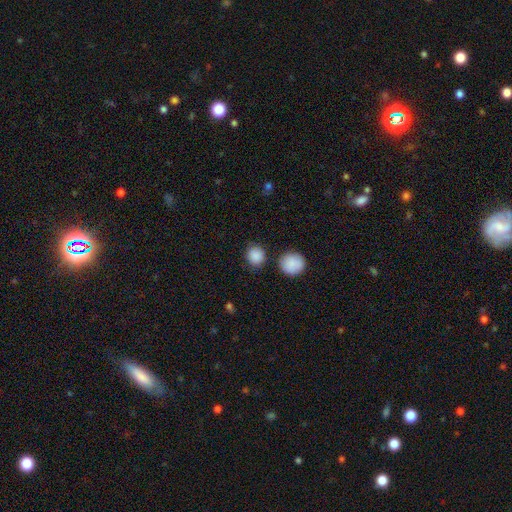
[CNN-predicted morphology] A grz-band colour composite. It shows a smooth galaxy with no disk features (87%) that is round (83%). Merging: none (79%).